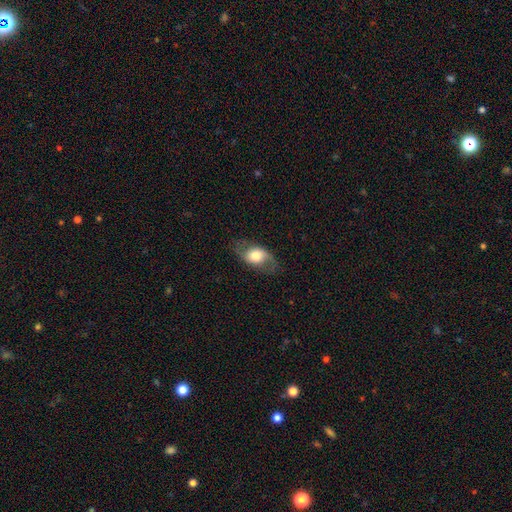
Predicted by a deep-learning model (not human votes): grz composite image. It shows a smooth galaxy with no disk features (51%) that is in between round and cigar-shaped (79%). Merging: none (74%).